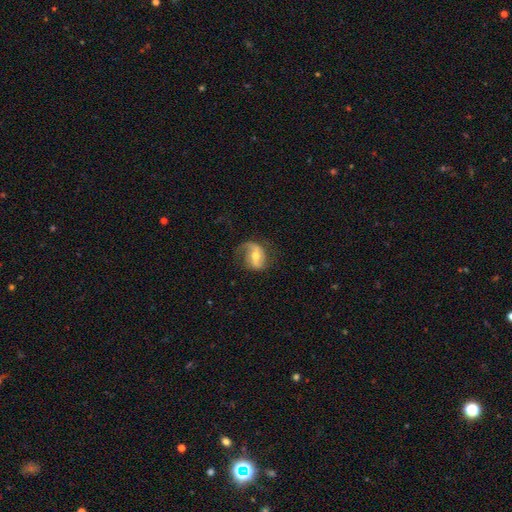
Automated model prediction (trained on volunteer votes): This is likely a featured or disk galaxy (74%). It is clearly not viewed edge-on (96%). Bar: marginally weak (39%). Spiral arm pattern: clearly yes (91%). Spiral arm count: likely 2 (76%). Spiral winding: possibly loose (50%). Central bulge: likely moderate (65%). Merging: likely none (64%).